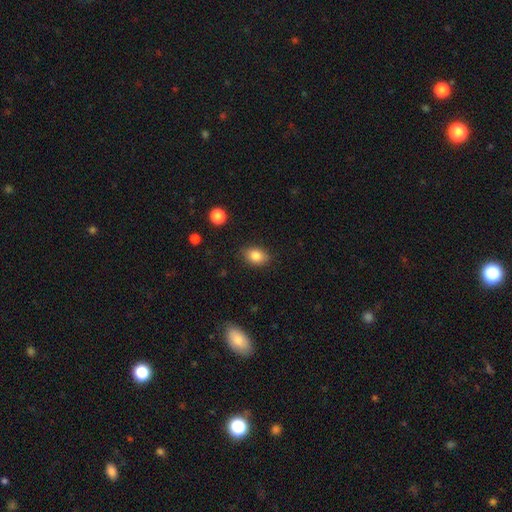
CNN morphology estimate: Smooth or featured? Predicted: smooth (p=0.83). How rounded? Predicted: in between (p=0.76). Merging? Predicted: none (p=0.84).